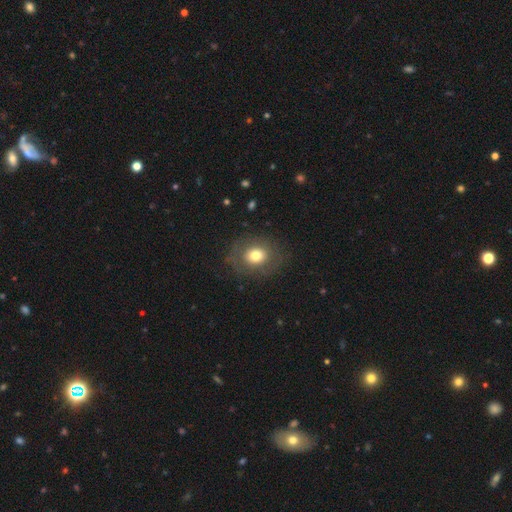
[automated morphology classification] Smooth or featured? Predicted: smooth (p=0.69). How rounded? Predicted: round (p=0.61). Merging? Predicted: none (p=0.78).